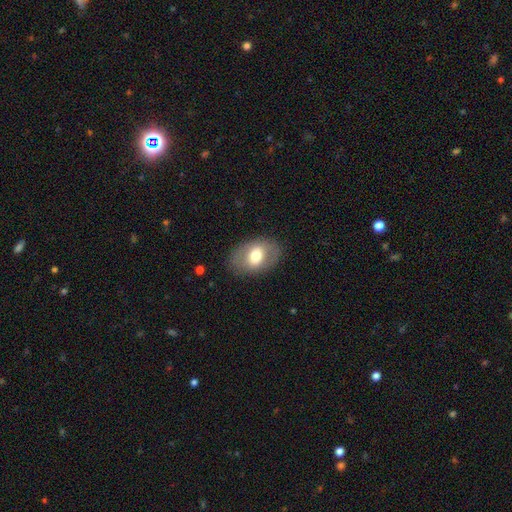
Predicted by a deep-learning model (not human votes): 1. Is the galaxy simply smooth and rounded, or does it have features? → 64% smooth, 29% featured or disk, 7% star or artifact.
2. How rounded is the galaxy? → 83% in between, 15% round, 1% cigar-shaped.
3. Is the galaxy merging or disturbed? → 82% none, 12% minor disturbance, 5% major disturbance, 1% merger.